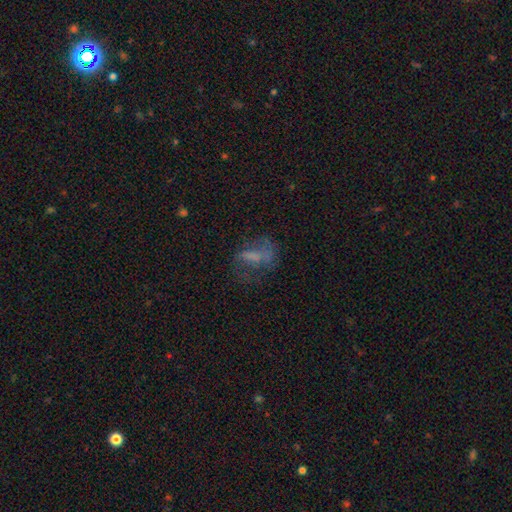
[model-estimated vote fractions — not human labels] A featured or disk galaxy (42%). Merging: none (41%).